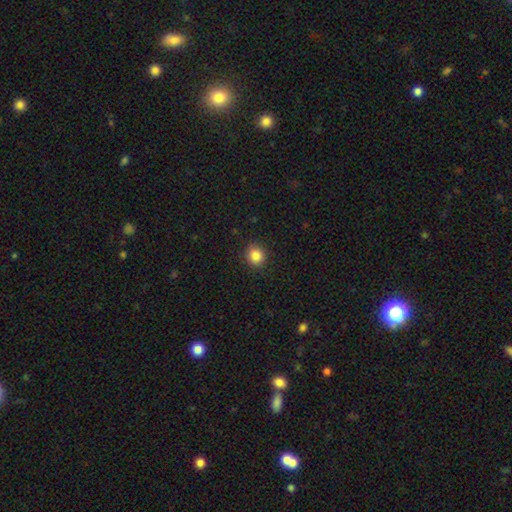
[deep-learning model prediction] Smooth or featured? Predicted: smooth (p=0.85). How rounded? Predicted: round (p=0.89). Merging? Predicted: none (p=0.90).